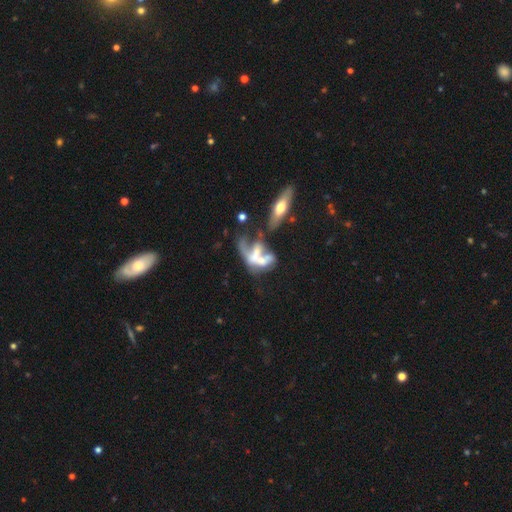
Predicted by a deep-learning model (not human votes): This is possibly a featured or disk galaxy (58%). It is clearly not viewed edge-on (90%). Bar: likely no (79%). Spiral arm pattern: clearly no (84%). Central bulge: marginally none (40%). Merging: possibly merger (56%).